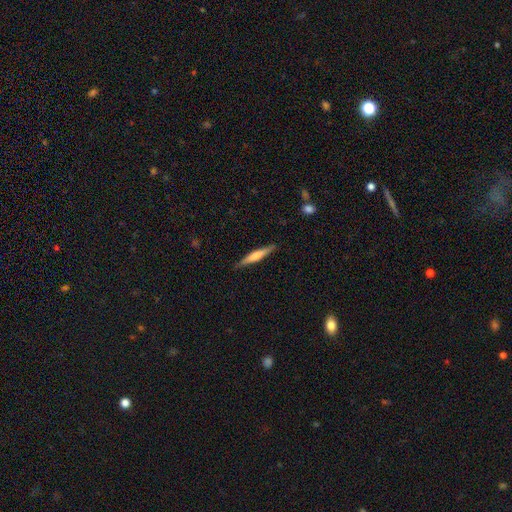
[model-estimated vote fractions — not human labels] This appears to be a smooth galaxy with no disk features (49%). Merging: none (89%).